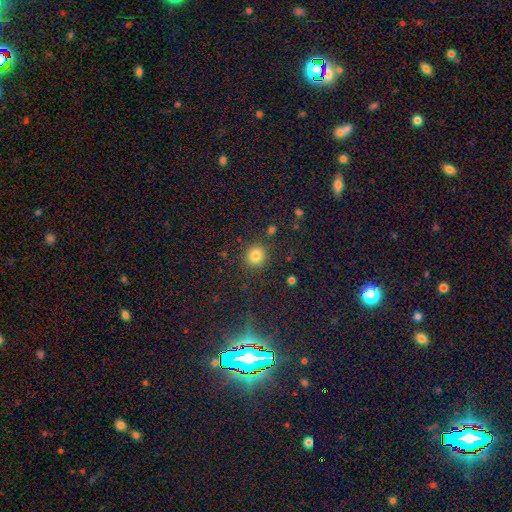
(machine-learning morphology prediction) Q: Smooth or featured?
A: smooth (80%); runner-up: star or artifact (15%)
Q: How rounded?
A: round (90%); runner-up: in between (9%)
Q: Merging?
A: none (86%); runner-up: minor disturbance (8%)